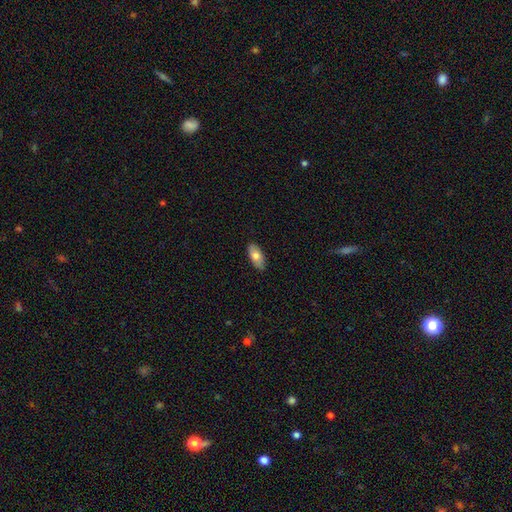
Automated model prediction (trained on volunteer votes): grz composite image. It shows a smooth galaxy with no disk features (75%) that is in between round and cigar-shaped (90%). Merging: none (88%).